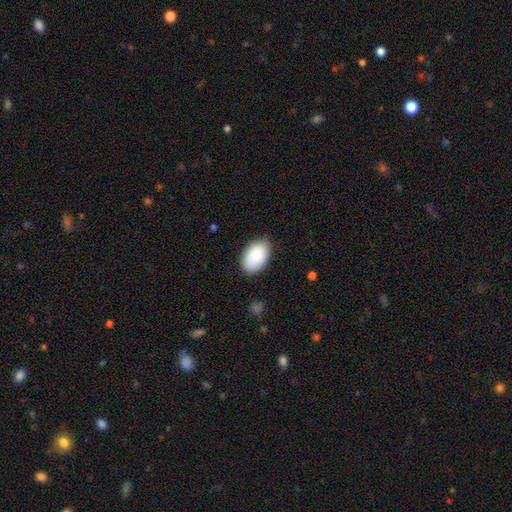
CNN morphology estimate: This is clearly a smooth galaxy (88%). How rounded: clearly in between (94%). Merging: clearly none (84%).